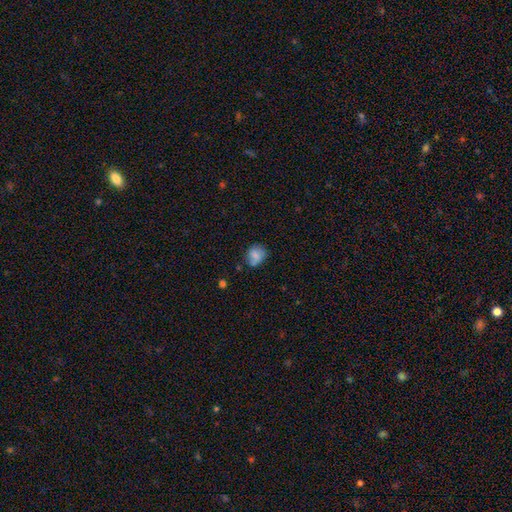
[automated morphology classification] Smooth or featured: smooth — 74% (featured or disk — 16%)
How rounded: round — 62% (in between — 37%)
Merging: none — 57% (minor disturbance — 28%)